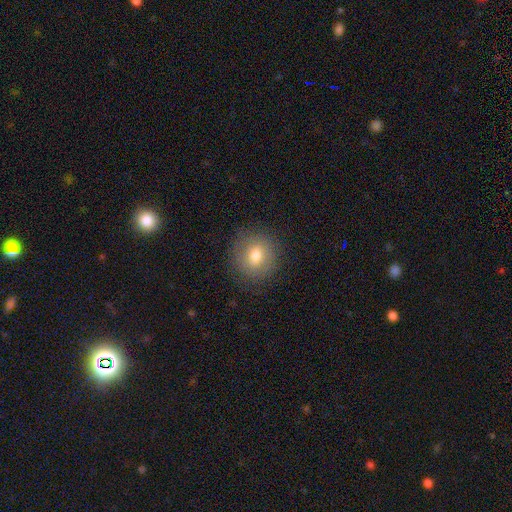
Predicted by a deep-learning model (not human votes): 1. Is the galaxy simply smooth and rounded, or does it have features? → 75% smooth, 15% featured or disk, 10% star or artifact.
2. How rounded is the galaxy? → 84% round, 15% in between, 1% cigar-shaped.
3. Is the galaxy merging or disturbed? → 87% none, 9% minor disturbance, 3% major disturbance, 1% merger.